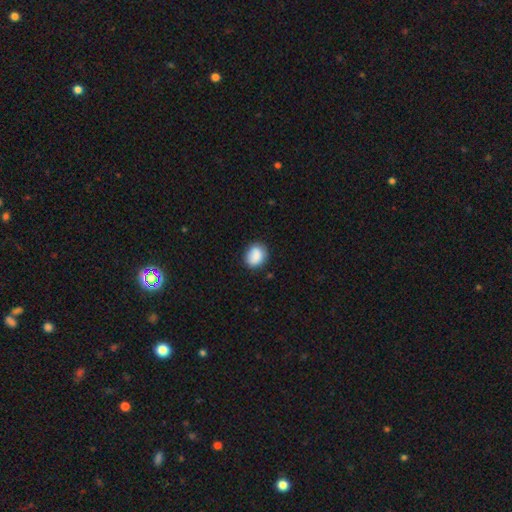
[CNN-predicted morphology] smooth_or_featured: smooth (p=0.88) [alt: star or artifact p=0.08]
how_rounded: round (p=0.52) [alt: in between p=0.47]
merging: none (p=0.82) [alt: minor disturbance p=0.14]